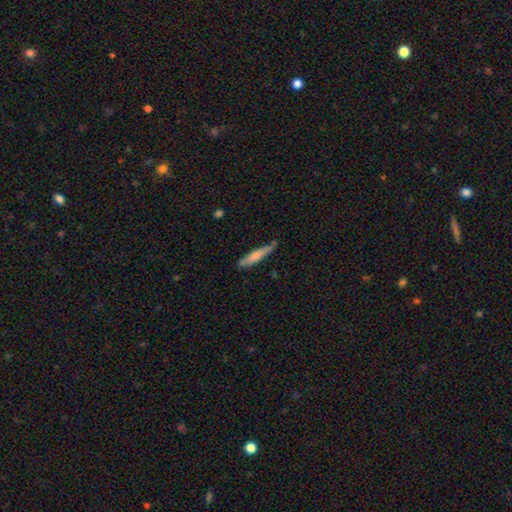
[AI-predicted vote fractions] A smooth galaxy with no disk features (67%) that is cigar-shaped (90%). Merging: none (73%).